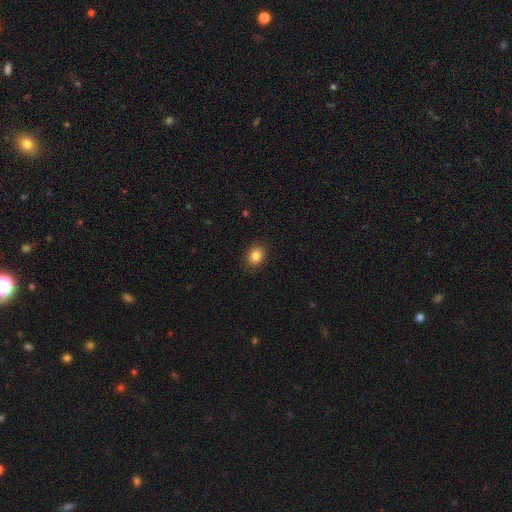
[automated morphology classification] Smooth or featured? Predicted: smooth (p=0.86). How rounded? Predicted: round (p=0.51). Merging? Predicted: none (p=0.88).